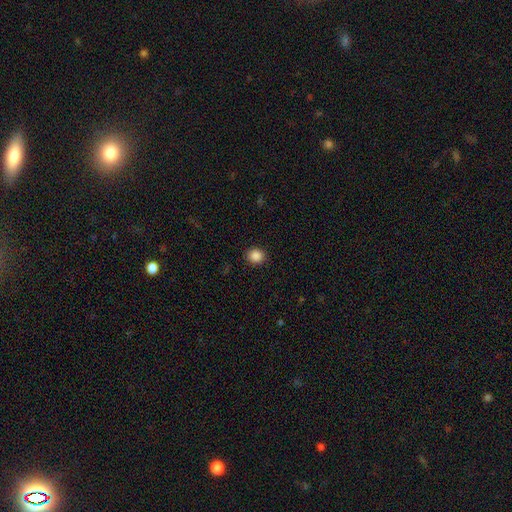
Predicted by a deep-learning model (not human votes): Smooth or featured? smooth (87%)
How rounded? round (80%)
Merging? none (91%)